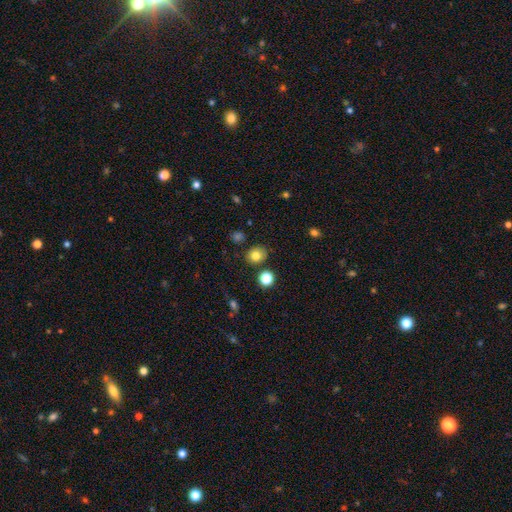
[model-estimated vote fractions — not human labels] The model was most divided on "how rounded": round: 66%, in between: 33%, cigar-shaped: 1%. More confident: merging — none (83%); smooth or featured — smooth (80%).